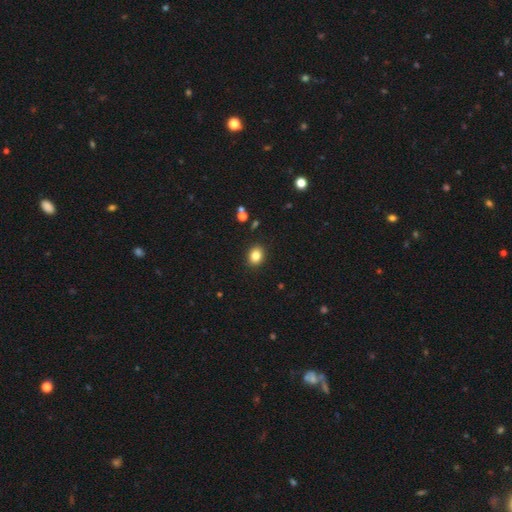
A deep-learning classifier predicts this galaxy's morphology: This appears to be a smooth galaxy with no disk features (84%) that is round (50%). Merging: none (90%).